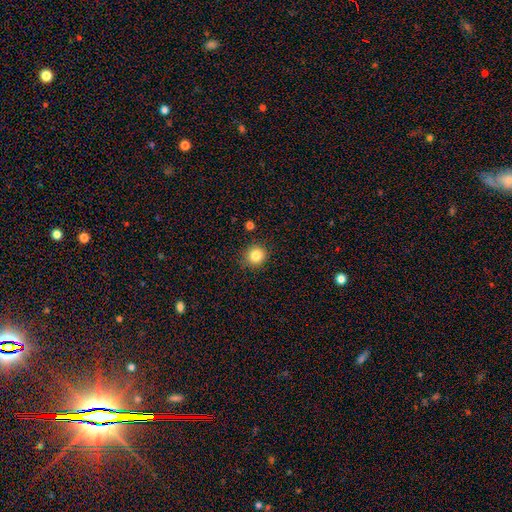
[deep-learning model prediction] smooth-or-featured: smooth: 83% | star or artifact: 11% | featured or disk: 6%
  how-rounded: round: 89% | in between: 11% | cigar-shaped: 1%
  merging: none: 89% | minor disturbance: 8% | major disturbance: 2% | merger: 2%